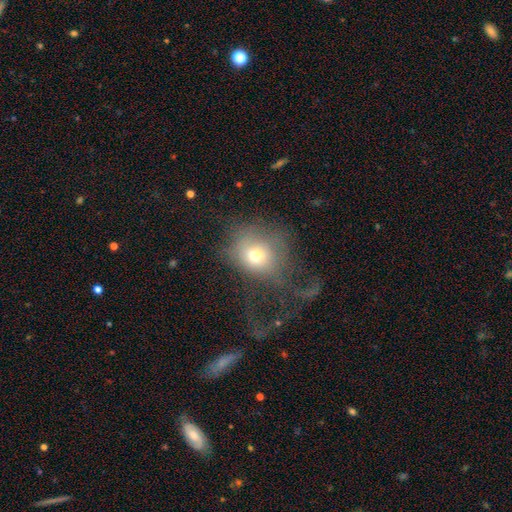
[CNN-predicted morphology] Smooth or featured? smooth (64%)
How rounded? round (72%)
Merging? major disturbance (59%)